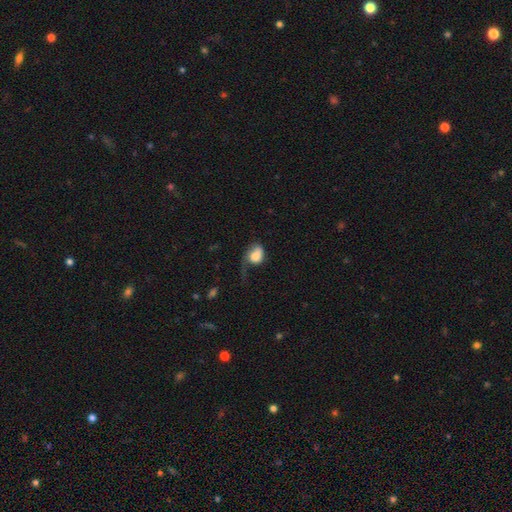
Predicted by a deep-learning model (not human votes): Smooth or featured? smooth (67%)
How rounded? in between (67%)
Merging? major disturbance (51%)